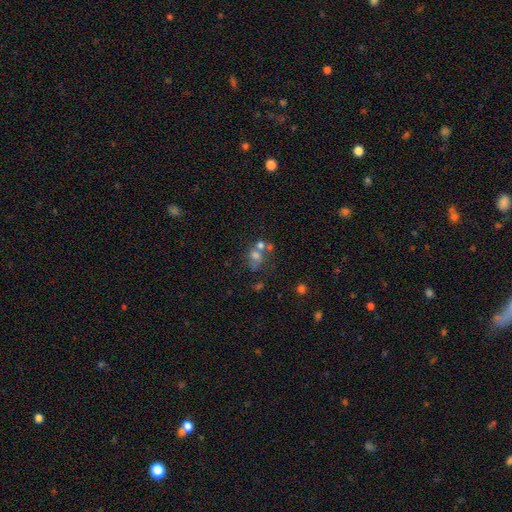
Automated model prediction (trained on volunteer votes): smooth 57%, featured or disk 24%, star or artifact 19%. Down the decision tree: how rounded — round (60%); merging — merger (45%).